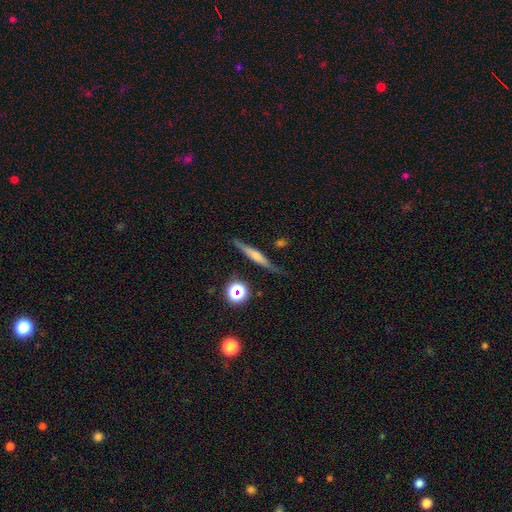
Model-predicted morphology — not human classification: Q: Smooth or featured?
A: featured or disk (52%); runner-up: smooth (37%)
Q: Edge-on disk?
A: yes (94%); runner-up: no (6%)
Q: Merging?
A: none (79%); runner-up: minor disturbance (14%)